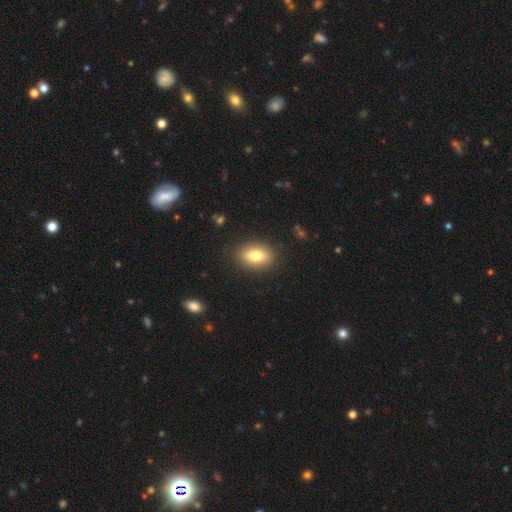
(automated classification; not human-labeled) Smooth or featured? Predicted: smooth (p=0.79). How rounded? Predicted: in between (p=0.82). Merging? Predicted: none (p=0.87).